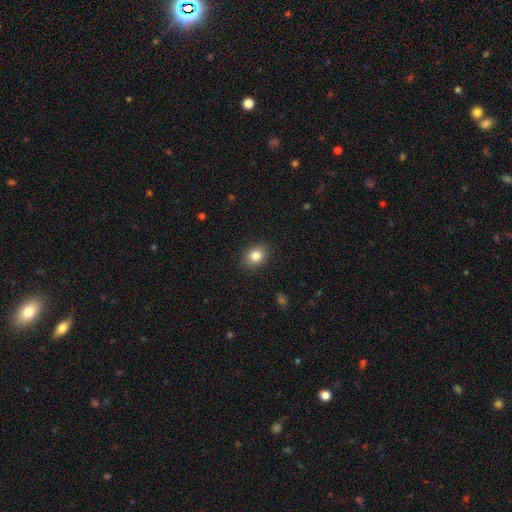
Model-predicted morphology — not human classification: Overall: smooth (84%). How rounded: round (51%; in between 48%). Merging: none (88%).